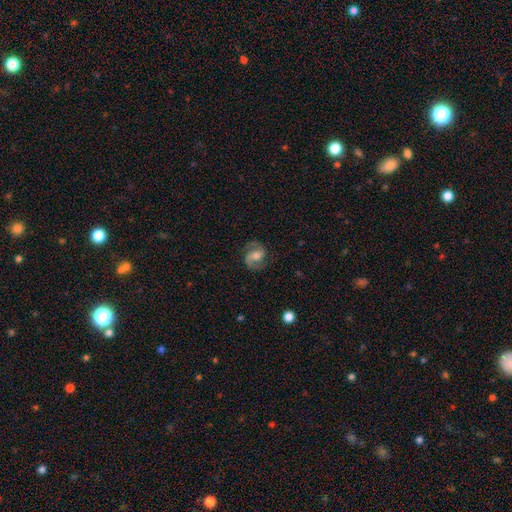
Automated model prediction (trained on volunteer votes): featured or disk 84%, smooth 11%, star or artifact 6%. Down the decision tree: edge-on disk — no (98%); bar — no (46%); spiral arms — yes (96%); spiral arm count — 2 (92%); spiral winding — medium (56%); bulge size — moderate (61%); merging — none (80%).